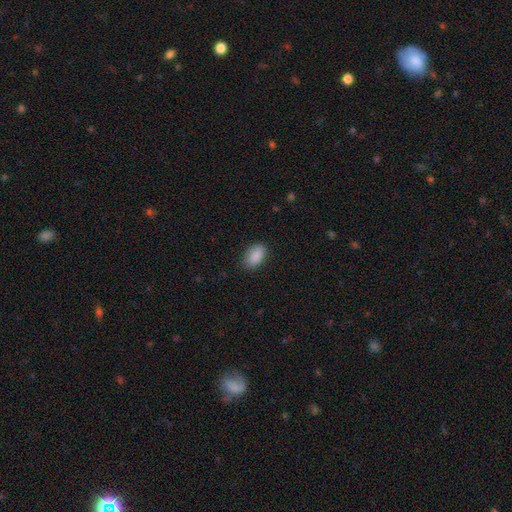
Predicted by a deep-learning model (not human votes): A smooth galaxy with no disk features (89%) that is in between round and cigar-shaped (91%).

Vote fractions:
- Smooth or featured? smooth: 89% / star or artifact: 7% / featured or disk: 3%
- How rounded? in between: 91% / round: 7% / cigar-shaped: 2%
- Merging? none: 84% / minor disturbance: 12% / major disturbance: 3% / merger: 1%